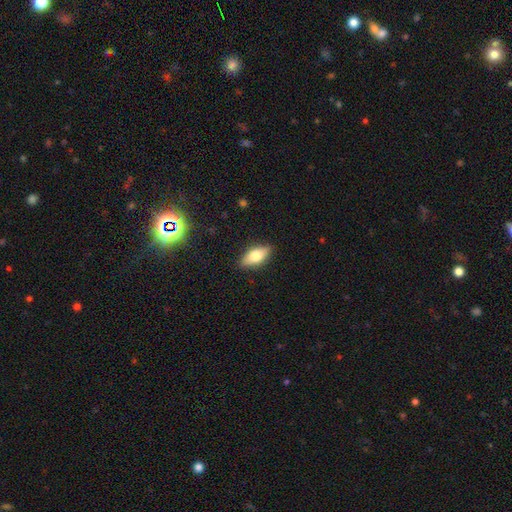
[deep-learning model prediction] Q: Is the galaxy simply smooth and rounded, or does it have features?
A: smooth — 67%.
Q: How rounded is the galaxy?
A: in between — 83%.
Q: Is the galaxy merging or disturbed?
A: none — 86%.